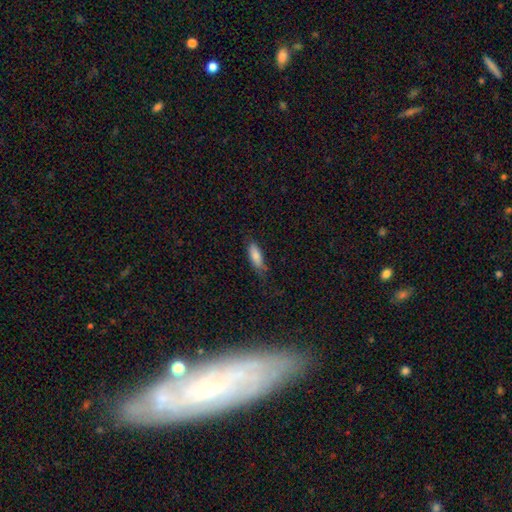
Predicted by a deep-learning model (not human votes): smooth-or-featured: smooth: 81% | featured or disk: 12% | star or artifact: 7%
  how-rounded: in between: 62% | cigar-shaped: 36% | round: 2%
  merging: none: 63% | minor disturbance: 27% | major disturbance: 8% | merger: 2%